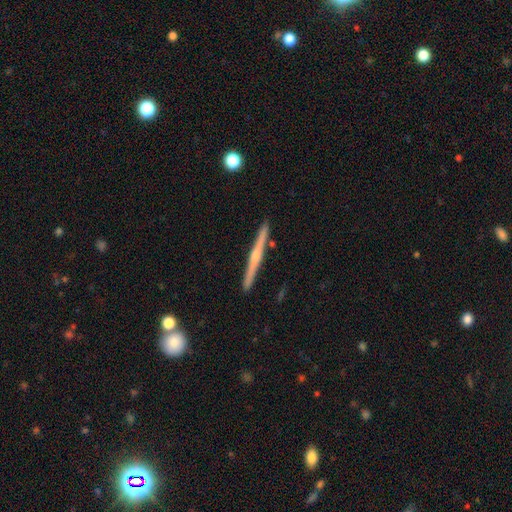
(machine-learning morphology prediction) smooth_or_featured: featured or disk (p=0.71) [alt: smooth p=0.23]
disk_edge_on: yes (p=0.98) [alt: no p=0.02]
edge_on_bulge: rounded (p=0.73) [alt: none p=0.20]
merging: none (p=0.92) [alt: minor disturbance p=0.06]